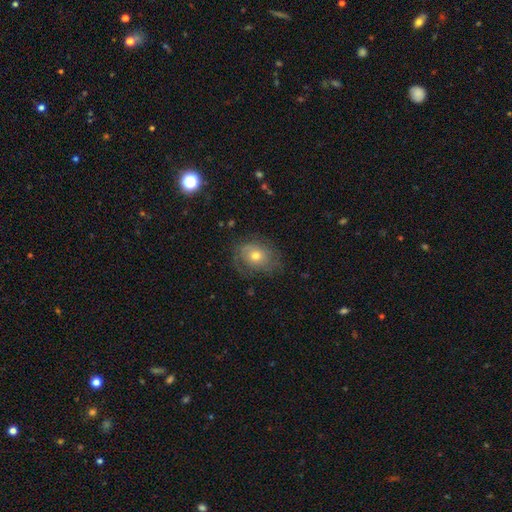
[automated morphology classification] Smooth or featured?
  - smooth: 48% *
  - featured or disk: 42%
  - star or artifact: 11%
Merging?
  - none: 64% *
  - minor disturbance: 22%
  - major disturbance: 13%
  - merger: 1%